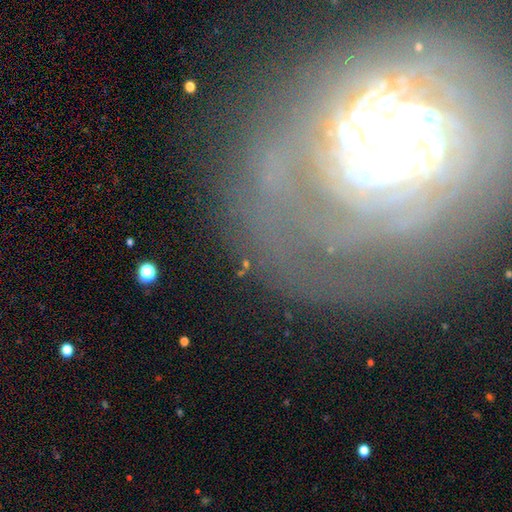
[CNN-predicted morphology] The model was most divided on "bulge size": moderate: 37%, large: 30%, small: 18%, dominant: 8%, none: 7%. Remaining: edge-on disk — no (92%); spiral arms — yes (81%); spiral winding — tight (76%); smooth or featured — featured or disk (71%); merging — none (71%); bar — no (62%); spiral arm count — can't tell (38%).